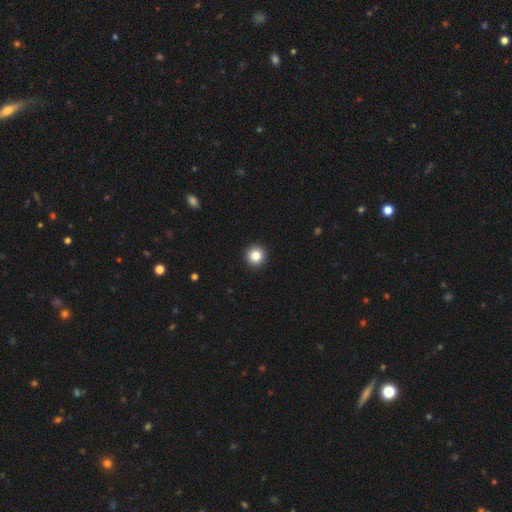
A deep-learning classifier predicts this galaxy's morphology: This is clearly a smooth galaxy (84%). How rounded: clearly round (96%). Merging: clearly none (94%).